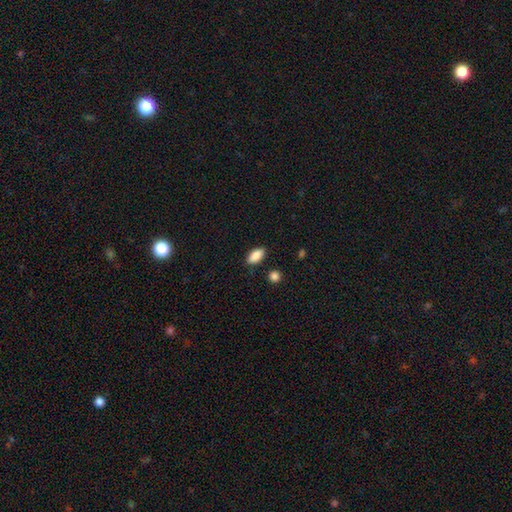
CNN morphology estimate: Smooth or featured: smooth — 87% (star or artifact — 7%)
How rounded: in between — 88% (cigar-shaped — 8%)
Merging: none — 85% (minor disturbance — 11%)